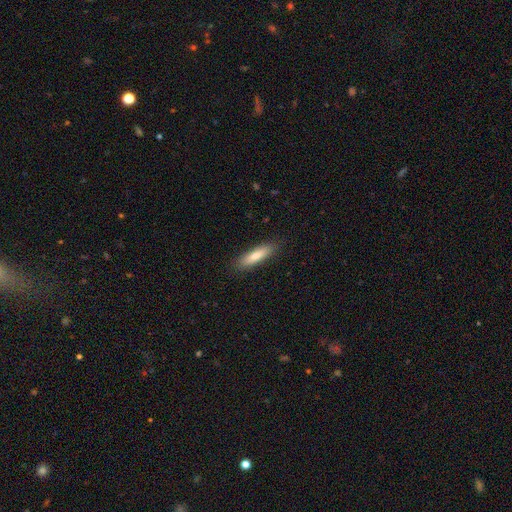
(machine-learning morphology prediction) Smooth or featured: smooth — 76% (featured or disk — 18%)
How rounded: cigar-shaped — 73% (in between — 26%)
Merging: none — 88% (minor disturbance — 9%)